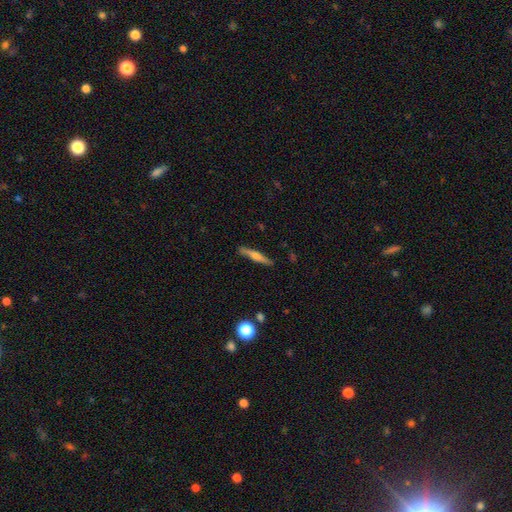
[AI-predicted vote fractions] A featured or disk galaxy (55%) viewed edge-on (96%) with a rounded central bulge (77%).

Vote fractions:
- Smooth or featured? featured or disk: 55% / smooth: 39% / star or artifact: 6%
- Edge-on disk? yes: 96% / no: 4%
- Edge-on bulge? rounded: 77% / boxy: 12% / none: 10%
- Merging? none: 88% / minor disturbance: 9% / major disturbance: 2% / merger: 1%